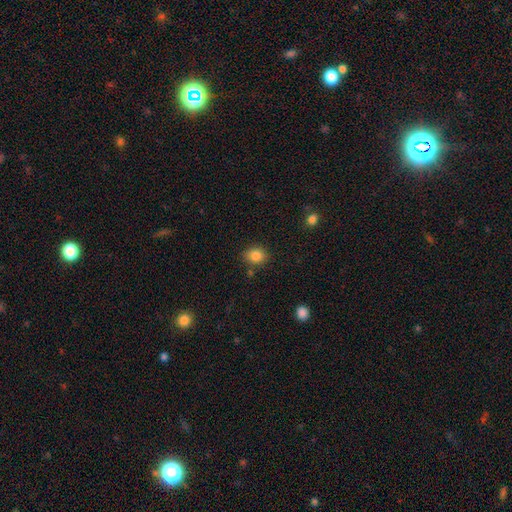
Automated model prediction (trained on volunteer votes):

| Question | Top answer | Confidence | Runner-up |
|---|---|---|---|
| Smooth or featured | smooth | 84% | star or artifact (10%) |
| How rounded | round | 59% | in between (40%) |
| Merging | none | 80% | minor disturbance (12%) |